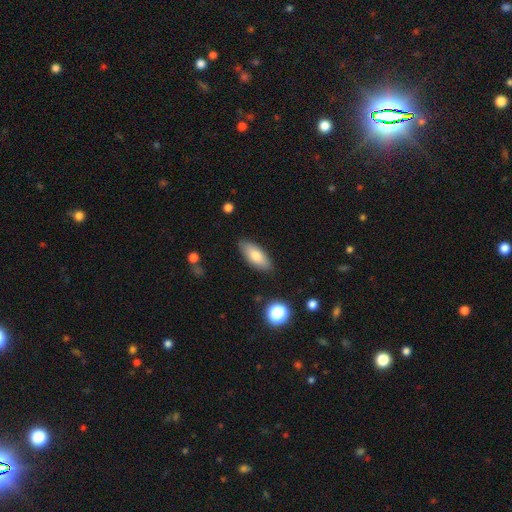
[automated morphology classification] Q: Smooth or featured?
A: smooth (76%); runner-up: featured or disk (17%)
Q: How rounded?
A: in between (81%); runner-up: cigar-shaped (17%)
Q: Merging?
A: none (85%); runner-up: minor disturbance (11%)